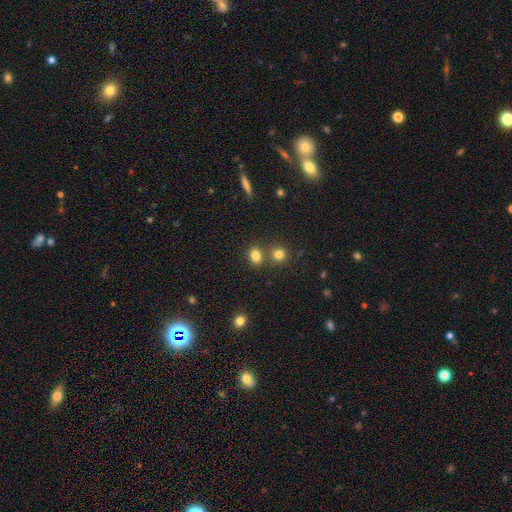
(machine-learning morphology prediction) The model was most divided on "how rounded": in between: 57%, round: 42%, cigar-shaped: 2%. More confident: smooth or featured — smooth (80%); merging — none (65%).